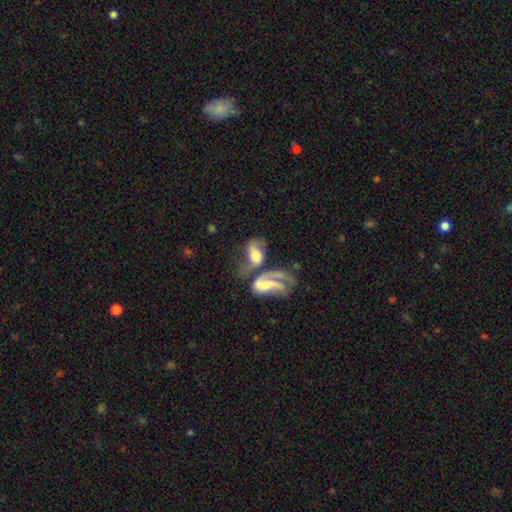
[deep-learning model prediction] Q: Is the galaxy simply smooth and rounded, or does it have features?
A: featured or disk — 53%.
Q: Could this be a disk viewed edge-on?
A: no — 92%.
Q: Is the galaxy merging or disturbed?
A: merger — 58%.